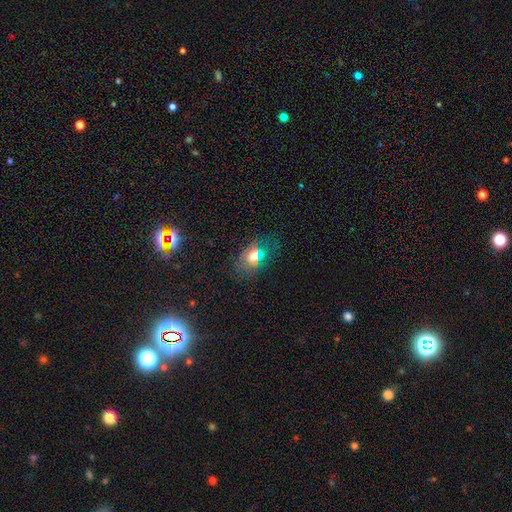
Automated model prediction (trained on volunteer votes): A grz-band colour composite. It shows a smooth galaxy with no disk features (59%) that is in between round and cigar-shaped (81%). Merging: none (72%).